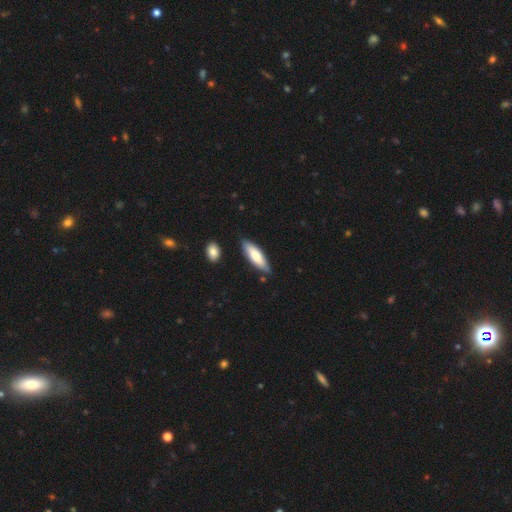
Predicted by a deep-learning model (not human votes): smooth 75%, featured or disk 19%, star or artifact 5%. Down the decision tree: how rounded — cigar-shaped (52%); merging — none (81%).